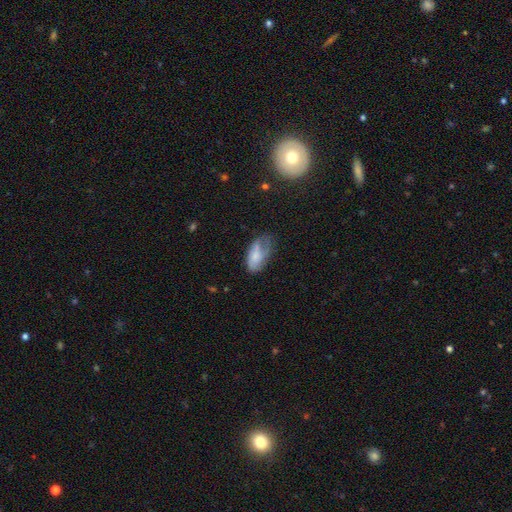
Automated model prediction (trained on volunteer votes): The model was most divided on "merging": none: 33%, minor disturbance: 32%, major disturbance: 31%, merger: 4%. More confident: how rounded — in between (91%); smooth or featured — smooth (62%).